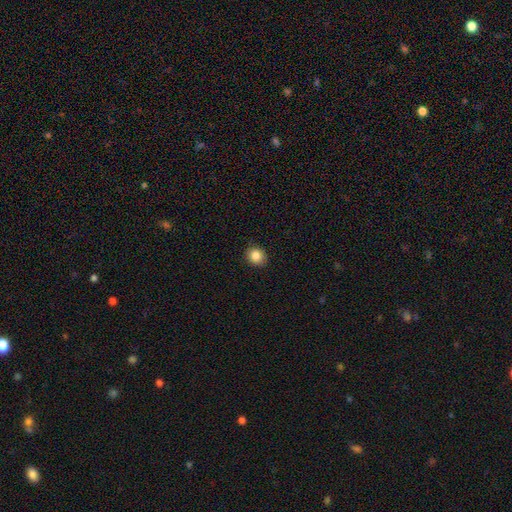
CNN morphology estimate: This is clearly a smooth galaxy (85%). How rounded: likely round (74%). Merging: clearly none (89%).